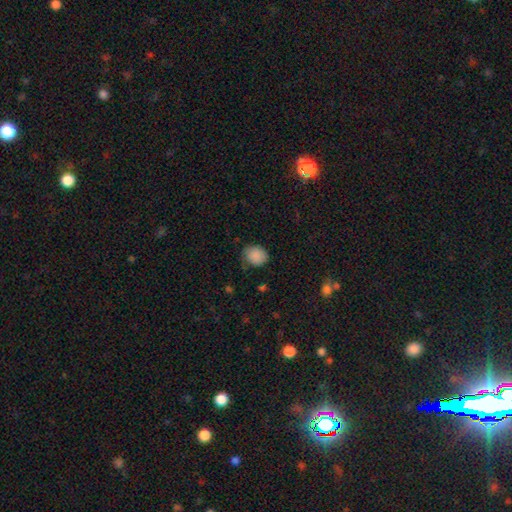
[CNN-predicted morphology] Smooth or featured?
  - smooth: 86% *
  - star or artifact: 8%
  - featured or disk: 6%
How rounded?
  - round: 66% *
  - in between: 33%
  - cigar-shaped: 1%
Merging?
  - none: 62% *
  - minor disturbance: 29%
  - major disturbance: 8%
  - merger: 1%